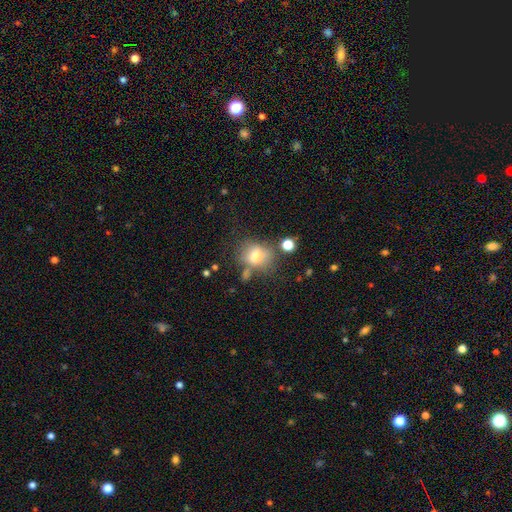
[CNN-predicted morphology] Smooth or featured? smooth (71%)
How rounded? round (56%)
Merging? none (55%)